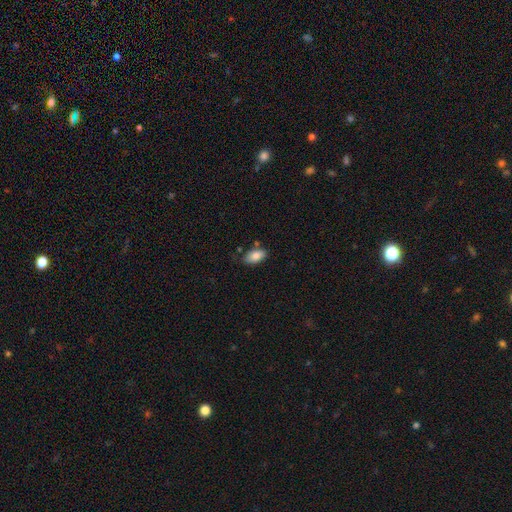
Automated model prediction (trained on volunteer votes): Smooth or featured?
  - smooth: 85% *
  - featured or disk: 8%
  - star or artifact: 7%
How rounded?
  - in between: 93% *
  - cigar-shaped: 4%
  - round: 3%
Merging?
  - none: 75% *
  - minor disturbance: 17%
  - merger: 5%
  - major disturbance: 3%